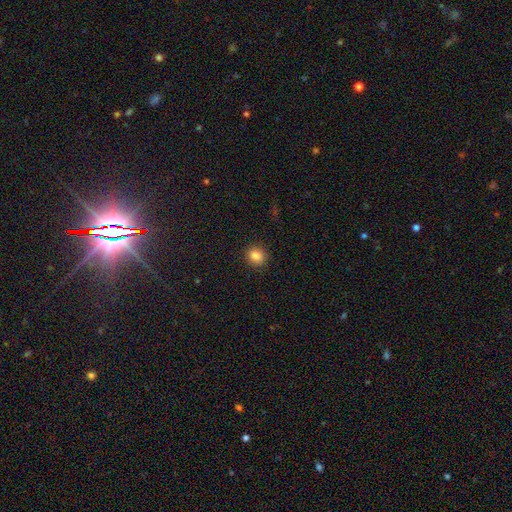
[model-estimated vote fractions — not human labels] Smooth or featured: smooth — 85% (star or artifact — 11%)
How rounded: round — 78% (in between — 21%)
Merging: none — 90% (minor disturbance — 7%)